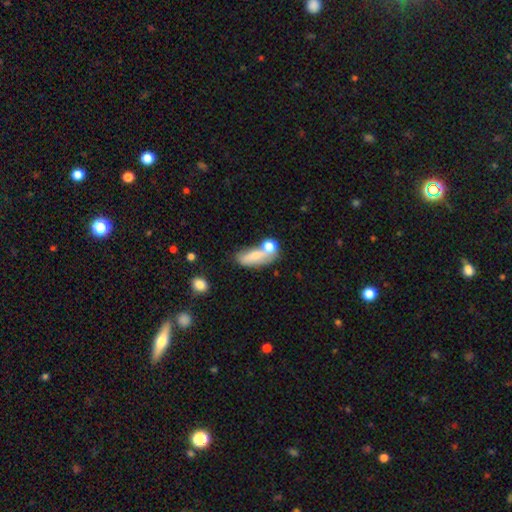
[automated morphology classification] Smooth or featured?
  - smooth: 68% *
  - featured or disk: 23%
  - star or artifact: 9%
How rounded?
  - in between: 74% *
  - cigar-shaped: 18%
  - round: 8%
Merging?
  - merger: 36% *
  - none: 34%
  - minor disturbance: 18%
  - major disturbance: 12%